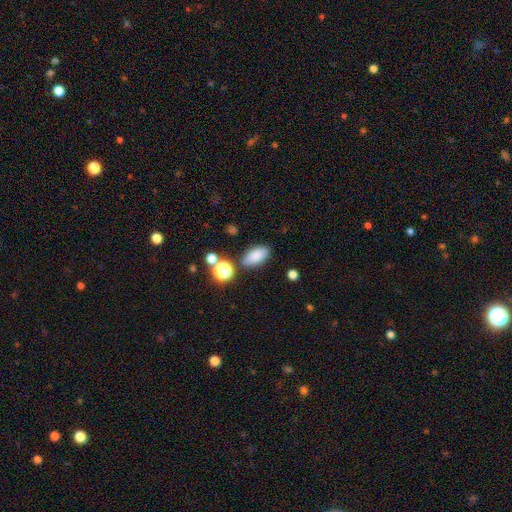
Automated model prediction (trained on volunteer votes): Smooth or featured? smooth (83%)
How rounded? in between (88%)
Merging? none (80%)